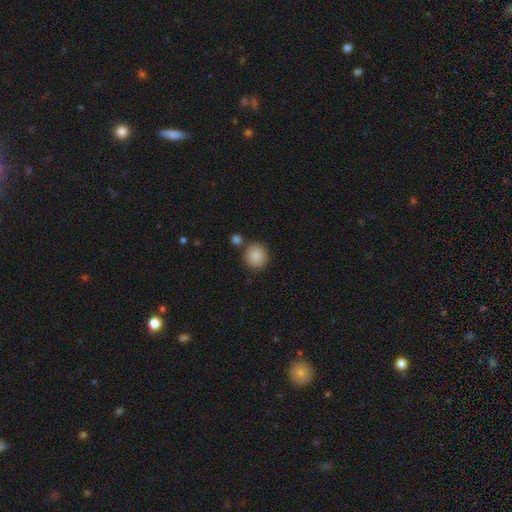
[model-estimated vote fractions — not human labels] Smooth or featured? smooth (87%)
How rounded? round (89%)
Merging? none (77%)